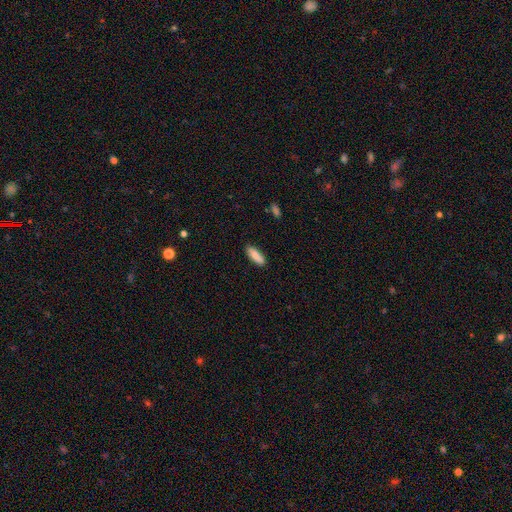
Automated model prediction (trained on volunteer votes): smooth 87%, featured or disk 7%, star or artifact 6%. Down the decision tree: how rounded — in between (54%); merging — none (87%).